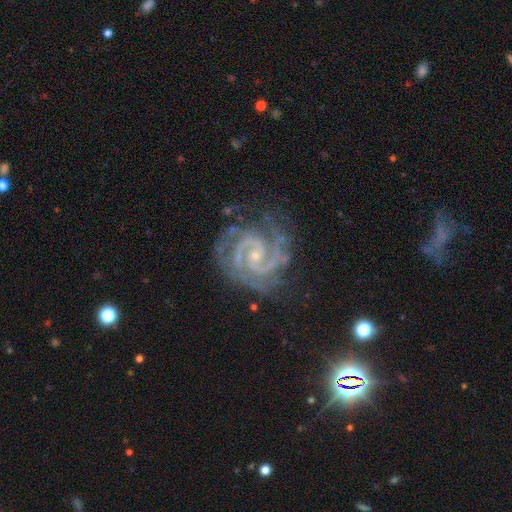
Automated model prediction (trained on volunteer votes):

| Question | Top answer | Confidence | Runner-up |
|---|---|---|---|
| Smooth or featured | featured or disk | 93% | star or artifact (5%) |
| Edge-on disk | no | 98% | yes (2%) |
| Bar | no | 50% | weak (36%) |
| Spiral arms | yes | 99% | no (1%) |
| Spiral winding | tight | 60% | medium (37%) |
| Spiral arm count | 2 | 79% | 3 (10%) |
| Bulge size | small | 79% | moderate (17%) |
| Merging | none | 73% | minor disturbance (19%) |